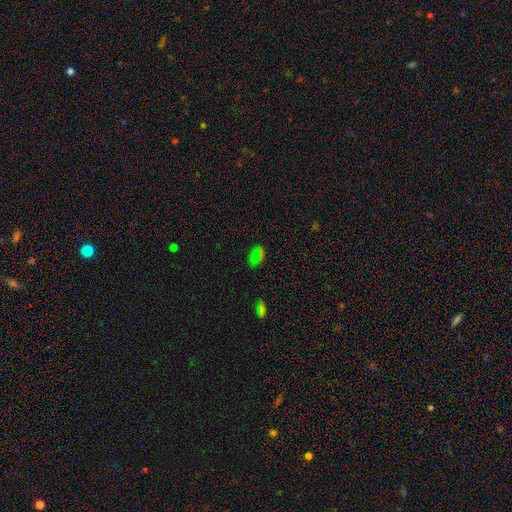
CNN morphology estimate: This is possibly a smooth galaxy (50%). Merging: likely none (75%).